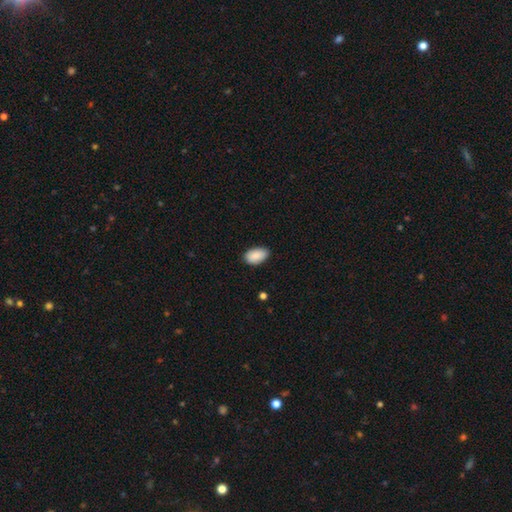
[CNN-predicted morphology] smooth-or-featured: smooth: 90% | star or artifact: 7% | featured or disk: 3%
  how-rounded: in between: 94% | round: 5% | cigar-shaped: 1%
  merging: none: 81% | minor disturbance: 16% | major disturbance: 2% | merger: 1%